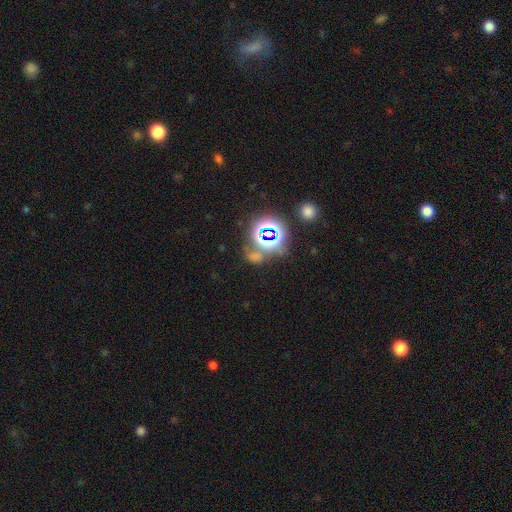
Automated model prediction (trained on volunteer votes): The model was most divided on "smooth or featured": star or artifact: 65%, smooth: 24%, featured or disk: 11%.